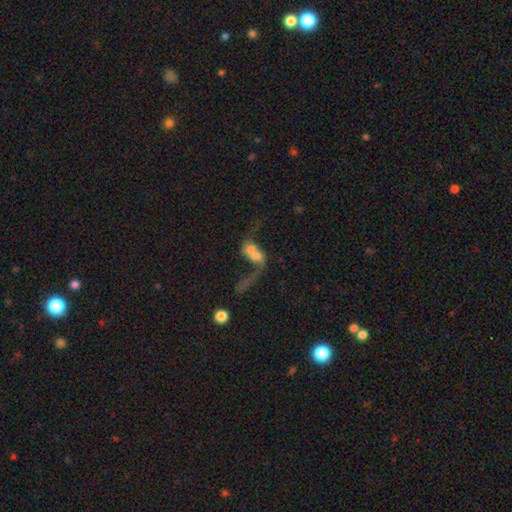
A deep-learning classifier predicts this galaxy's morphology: Smooth or featured?
  - featured or disk: 49% *
  - smooth: 40%
  - star or artifact: 10%
Merging?
  - merger: 72% *
  - major disturbance: 14%
  - none: 10%
  - minor disturbance: 5%